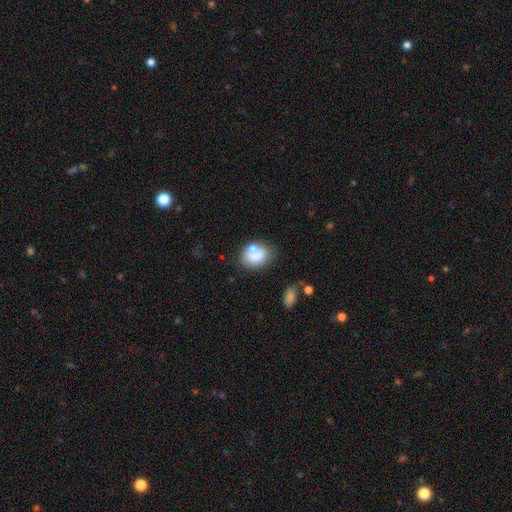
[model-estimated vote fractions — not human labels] smooth-or-featured: smooth: 75% | featured or disk: 16% | star or artifact: 9%
  how-rounded: in between: 70% | round: 29% | cigar-shaped: 1%
  merging: none: 49% | merger: 23% | minor disturbance: 20% | major disturbance: 8%